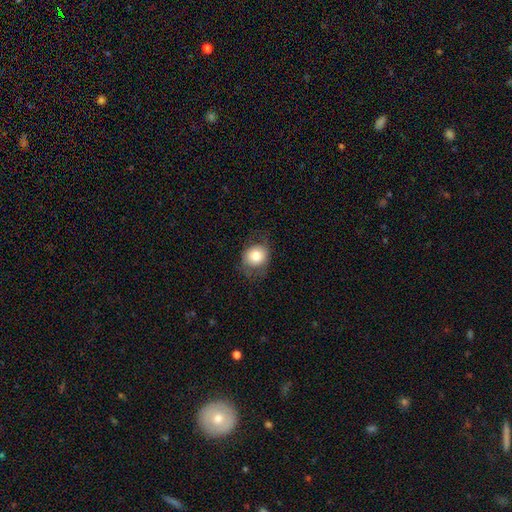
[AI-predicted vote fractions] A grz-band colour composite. It shows a smooth galaxy with no disk features (74%) that is round (68%). Merging: none (65%).